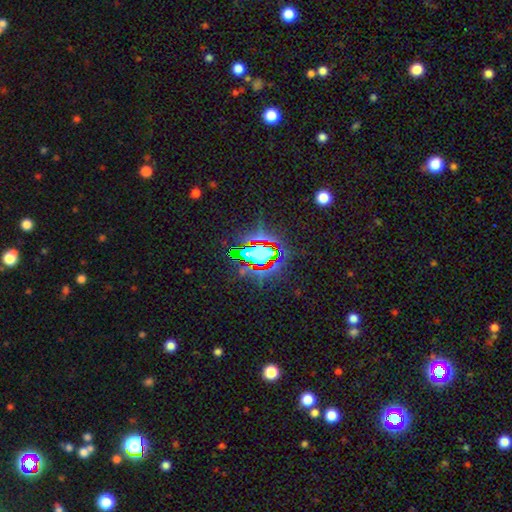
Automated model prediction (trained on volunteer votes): The model was most divided on "smooth or featured": star or artifact: 71%, smooth: 18%, featured or disk: 11%.